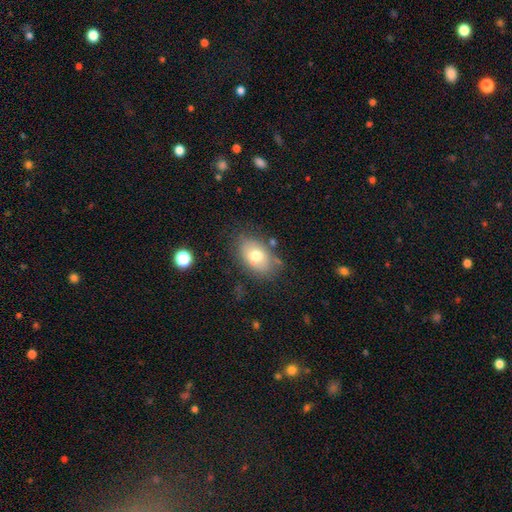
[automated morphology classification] A smooth galaxy with no disk features (71%) that is in between round and cigar-shaped (84%).

Vote fractions:
- Smooth or featured? smooth: 71% / featured or disk: 21% / star or artifact: 9%
- How rounded? in between: 84% / round: 14% / cigar-shaped: 1%
- Merging? none: 70% / minor disturbance: 19% / major disturbance: 6% / merger: 4%